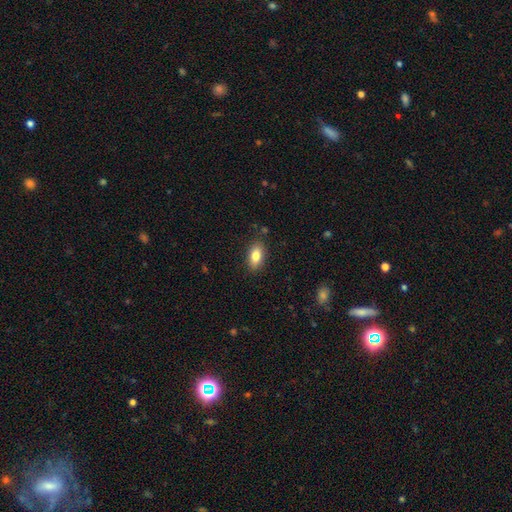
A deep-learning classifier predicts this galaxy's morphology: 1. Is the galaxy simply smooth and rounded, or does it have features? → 81% smooth, 11% featured or disk, 8% star or artifact.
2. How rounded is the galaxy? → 88% in between, 6% cigar-shaped, 5% round.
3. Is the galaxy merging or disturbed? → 86% none, 10% minor disturbance, 2% major disturbance, 1% merger.